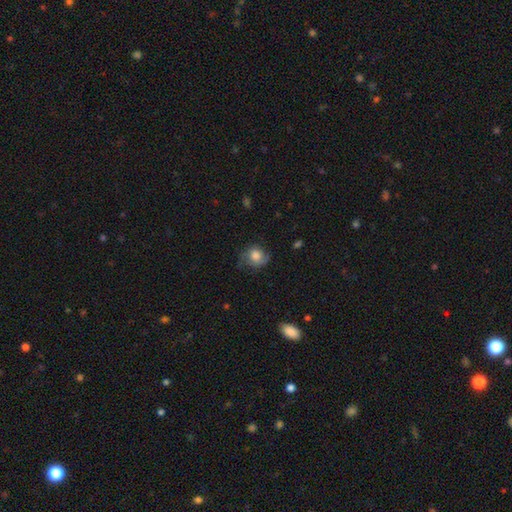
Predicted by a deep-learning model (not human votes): This appears to be a smooth galaxy with no disk features (65%) that is round (75%). Merging: none (56%).